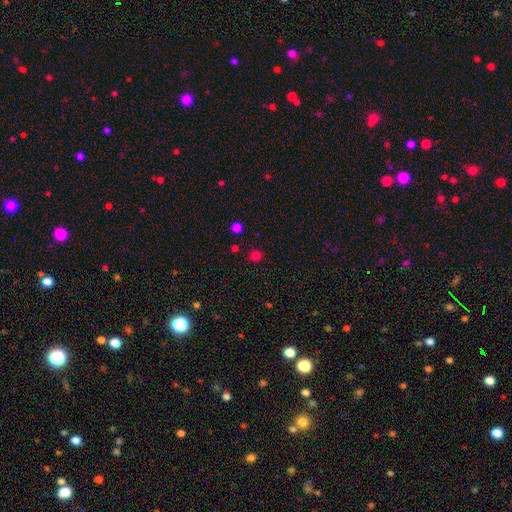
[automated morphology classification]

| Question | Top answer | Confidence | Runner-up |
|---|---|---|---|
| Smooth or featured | smooth | 75% | star or artifact (21%) |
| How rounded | round | 93% | in between (6%) |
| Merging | none | 89% | minor disturbance (6%) |